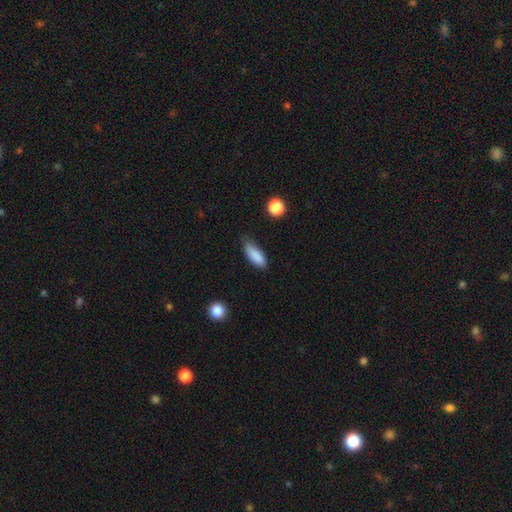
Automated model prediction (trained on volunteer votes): smooth 87%, star or artifact 7%, featured or disk 5%. Down the decision tree: how rounded — in between (73%); merging — none (63%).